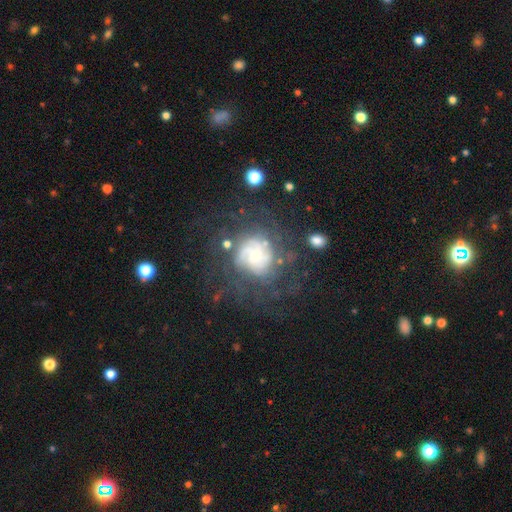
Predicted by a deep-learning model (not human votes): A featured or disk galaxy (75%) with no bar (67%), tight (49%) spiral arms (88%) and a small central bulge (43%).

Vote fractions:
- Smooth or featured? featured or disk: 75% / smooth: 15% / star or artifact: 10%
- Edge-on disk? no: 98% / yes: 2%
- Bar? no: 67% / weak: 27% / strong: 6%
- Spiral arms? yes: 88% / no: 12%
- Spiral winding? tight: 49% / medium: 36% / loose: 15%
- Spiral arm count? can't tell: 41% / 2: 24% / 3: 15% / 4: 8% / 1: 6% / more than 4: 6%
- Bulge size? small: 43% / moderate: 40% / large: 10% / none: 4% / dominant: 2%
- Merging? none: 56% / major disturbance: 21% / minor disturbance: 17% / merger: 5%